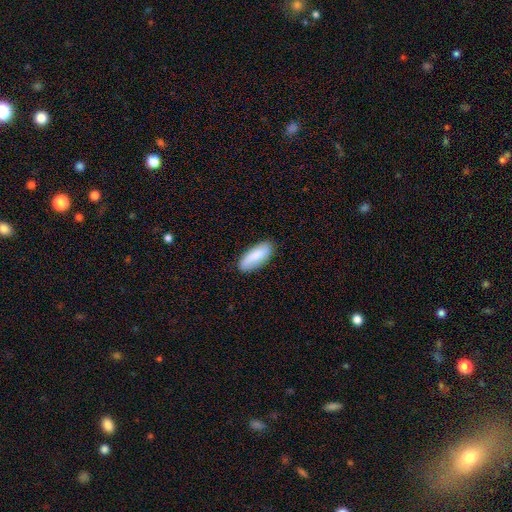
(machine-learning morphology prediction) The model was most divided on "how rounded": in between: 78%, cigar-shaped: 20%, round: 2%. More confident: smooth or featured — smooth (81%); merging — none (81%).